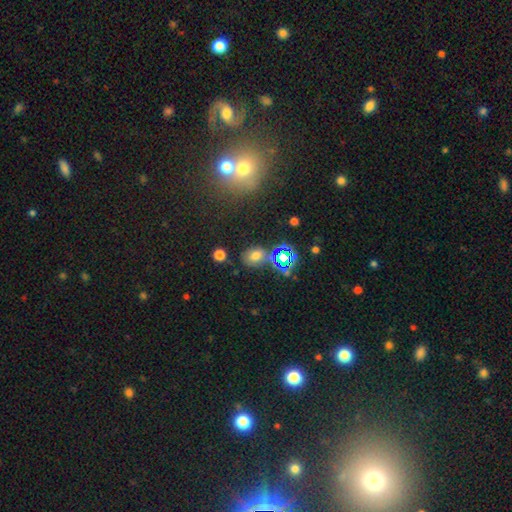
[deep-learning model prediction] smooth_or_featured: smooth (p=0.61) [alt: star or artifact p=0.28]
how_rounded: in between (p=0.64) [alt: round p=0.34]
merging: none (p=0.72) [alt: minor disturbance p=0.14]